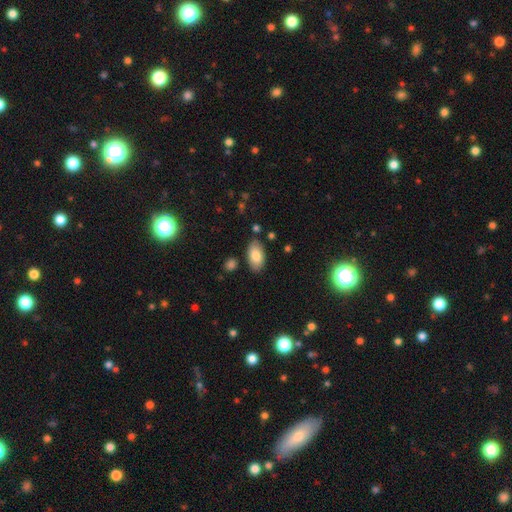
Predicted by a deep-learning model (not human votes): A smooth galaxy with no disk features (82%) that is in between round and cigar-shaped (95%).

Vote fractions:
- Smooth or featured? smooth: 82% / featured or disk: 11% / star or artifact: 7%
- How rounded? in between: 95% / round: 3% / cigar-shaped: 2%
- Merging? none: 84% / minor disturbance: 11% / merger: 3% / major disturbance: 2%